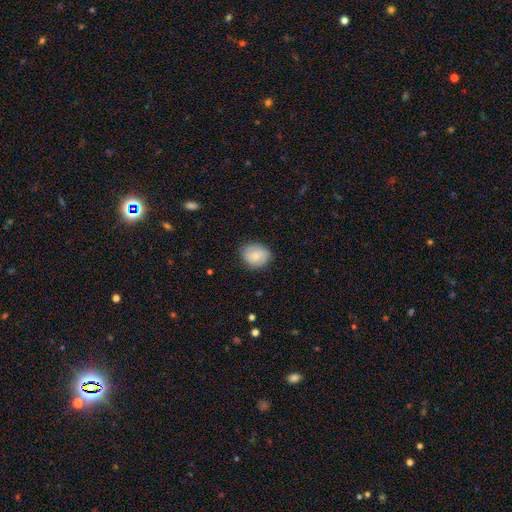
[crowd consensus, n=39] smooth 67%, featured or disk 33%, star or artifact 0%. Down the decision tree: how rounded — round (65%); merging — none (87%).